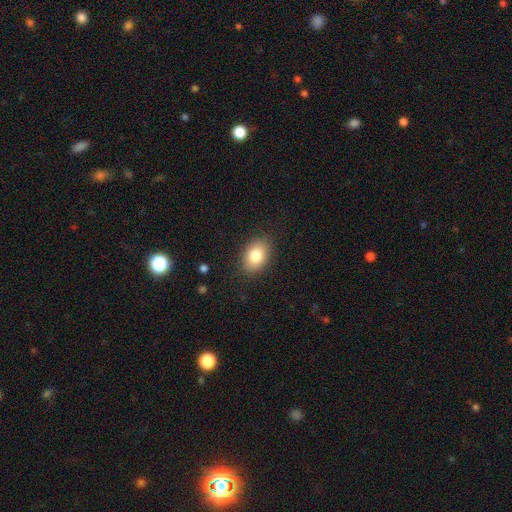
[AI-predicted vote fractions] Smooth or featured? smooth (81%)
How rounded? in between (81%)
Merging? none (85%)